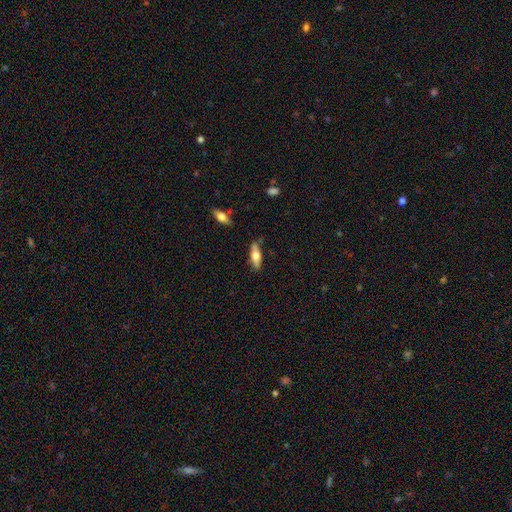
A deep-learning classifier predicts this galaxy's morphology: smooth 57%, featured or disk 37%, star or artifact 6%. Down the decision tree: how rounded — in between (50%); merging — none (81%).